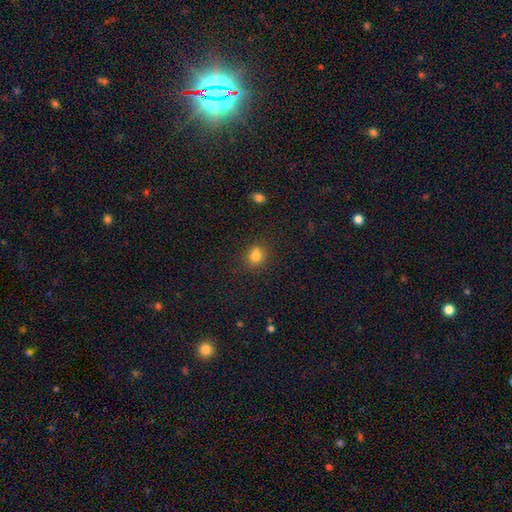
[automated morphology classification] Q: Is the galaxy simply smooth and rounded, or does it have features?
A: smooth — 80%.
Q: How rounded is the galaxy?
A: round — 72%.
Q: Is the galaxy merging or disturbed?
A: none — 75%.